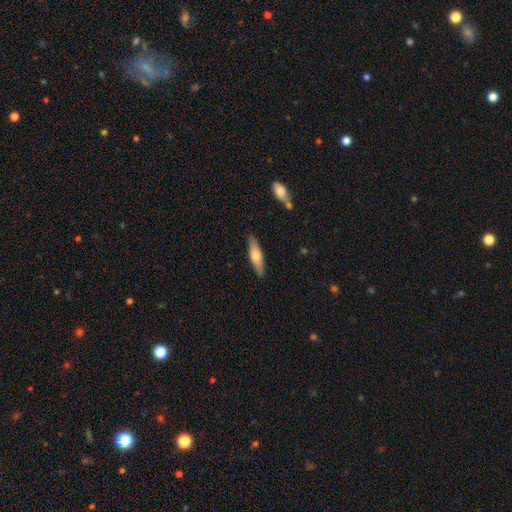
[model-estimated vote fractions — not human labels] This is possibly a smooth galaxy (59%). How rounded: likely cigar-shaped (67%). Merging: clearly none (87%).